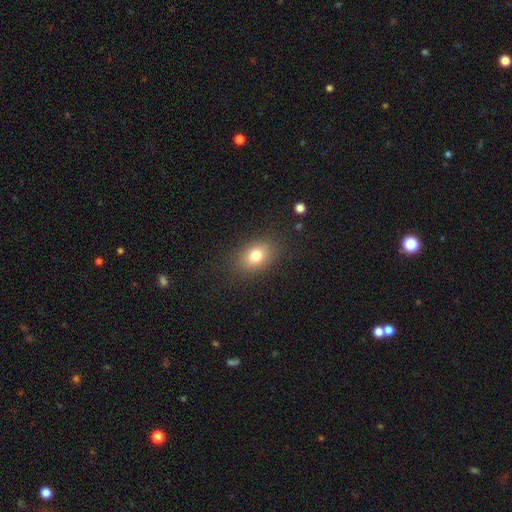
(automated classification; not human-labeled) smooth-or-featured: smooth: 79% | star or artifact: 11% | featured or disk: 10%
  how-rounded: in between: 70% | round: 29% | cigar-shaped: 1%
  merging: none: 85% | minor disturbance: 10% | major disturbance: 4% | merger: 1%